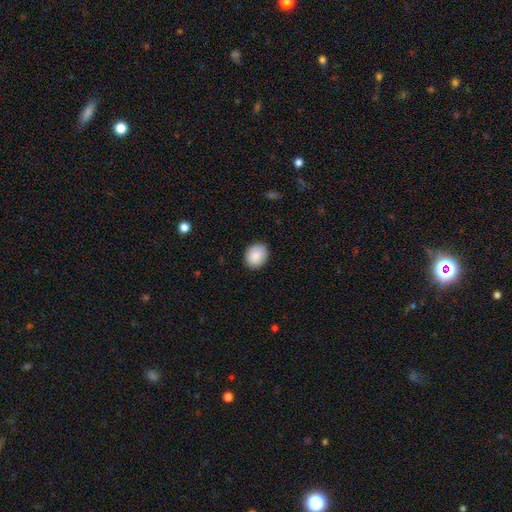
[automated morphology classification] smooth-or-featured: smooth: 87% | star or artifact: 8% | featured or disk: 6%
  how-rounded: round: 62% | in between: 37% | cigar-shaped: 1%
  merging: none: 89% | minor disturbance: 8% | major disturbance: 2% | merger: 1%